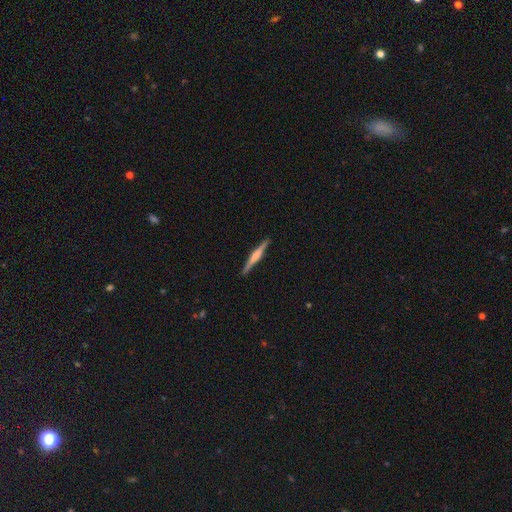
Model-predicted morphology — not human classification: This is likely a featured or disk galaxy (64%). It is clearly viewed edge-on (98%). Edge-on bulge: possibly rounded (55%). Merging: clearly none (90%).